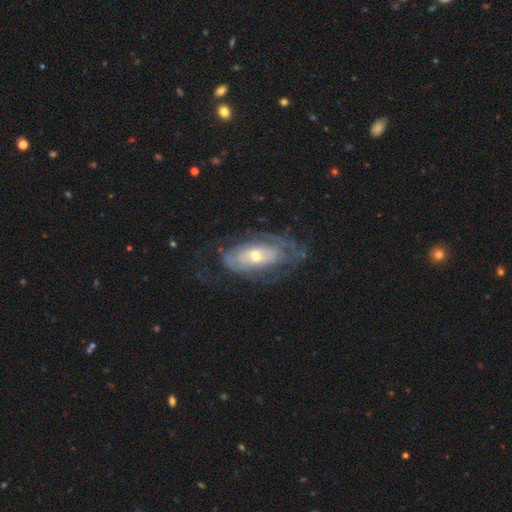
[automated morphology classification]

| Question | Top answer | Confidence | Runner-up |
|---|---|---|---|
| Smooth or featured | featured or disk | 70% | smooth (24%) |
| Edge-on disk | no | 90% | yes (10%) |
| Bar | no | 74% | weak (20%) |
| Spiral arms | yes | 66% | no (34%) |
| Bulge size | moderate | 54% | small (39%) |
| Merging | none | 54% | minor disturbance (23%) |